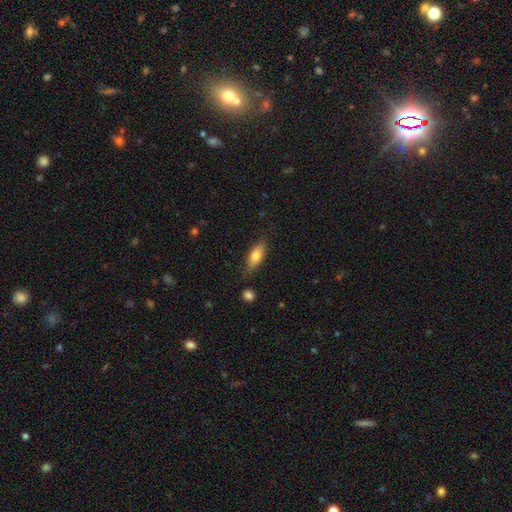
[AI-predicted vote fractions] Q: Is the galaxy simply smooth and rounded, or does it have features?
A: smooth — 71%.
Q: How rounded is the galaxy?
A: in between — 69%.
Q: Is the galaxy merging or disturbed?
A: none — 78%.